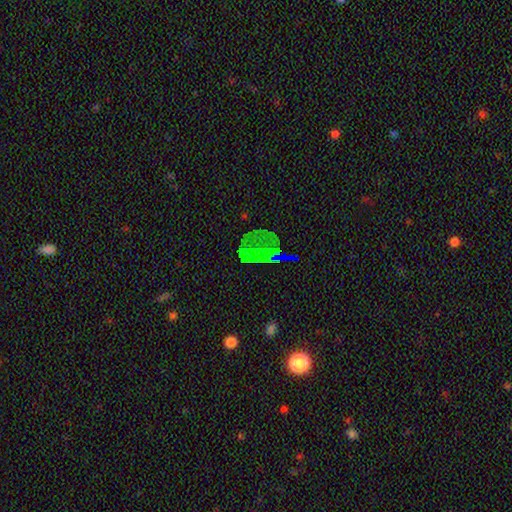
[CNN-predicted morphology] Smooth or featured?
  - star or artifact: 52% *
  - smooth: 29%
  - featured or disk: 19%